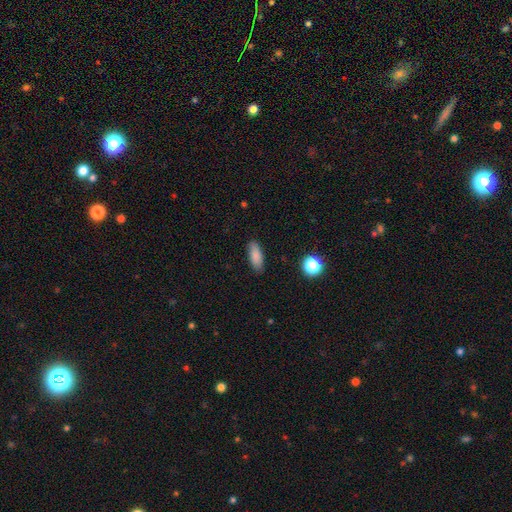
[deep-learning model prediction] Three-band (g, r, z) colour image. It shows a smooth galaxy with no disk features (85%) that is in between round and cigar-shaped (74%). Merging: none (85%).